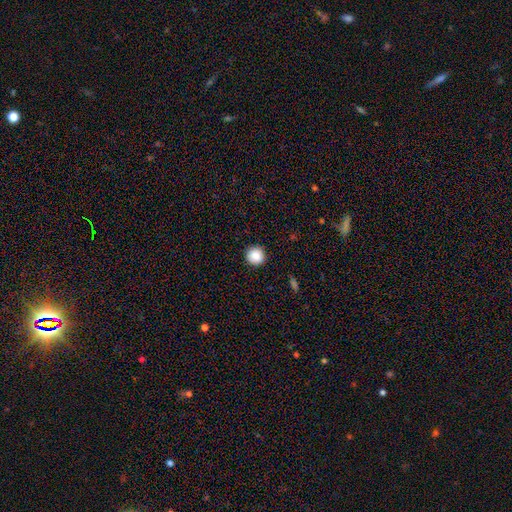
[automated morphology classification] smooth-or-featured: smooth: 88% | star or artifact: 9% | featured or disk: 4%
  how-rounded: round: 95% | in between: 4% | cigar-shaped: 1%
  merging: none: 93% | minor disturbance: 5% | major disturbance: 2% | merger: 1%